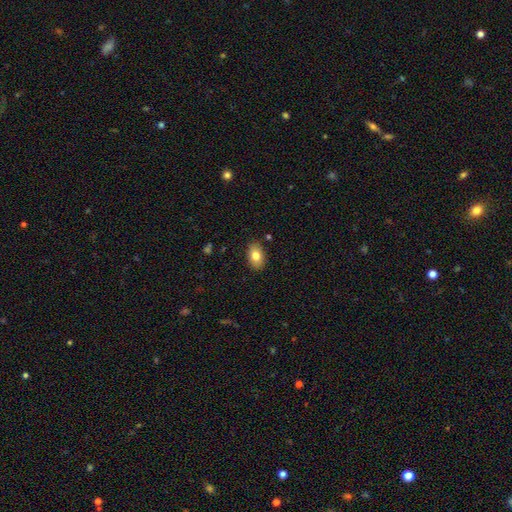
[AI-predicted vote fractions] Smooth or featured? smooth (80%)
How rounded? in between (88%)
Merging? none (87%)